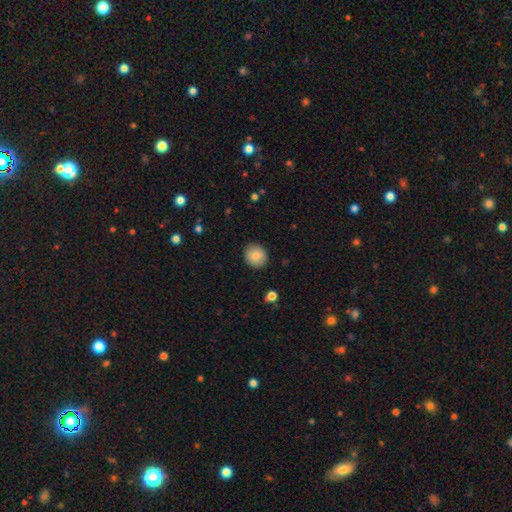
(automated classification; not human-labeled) smooth 87%, star or artifact 8%, featured or disk 5%. Down the decision tree: how rounded — round (84%); merging — none (90%).